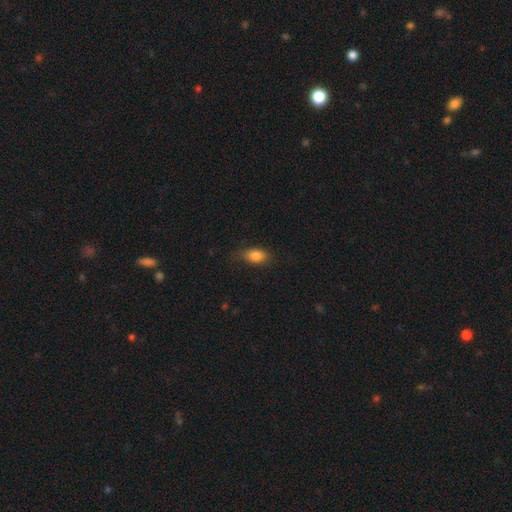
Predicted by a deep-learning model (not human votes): A smooth galaxy with no disk features (84%) that is in between round and cigar-shaped (83%).

Vote fractions:
- Smooth or featured? smooth: 84% / star or artifact: 9% / featured or disk: 8%
- How rounded? in between: 83% / round: 12% / cigar-shaped: 4%
- Merging? none: 71% / minor disturbance: 23% / major disturbance: 5% / merger: 1%